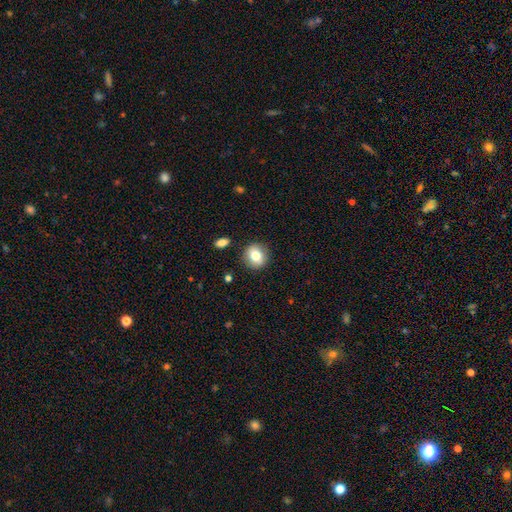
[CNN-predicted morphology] Q: Smooth or featured?
A: smooth (76%); runner-up: featured or disk (15%)
Q: How rounded?
A: round (86%); runner-up: in between (13%)
Q: Merging?
A: none (87%); runner-up: minor disturbance (8%)